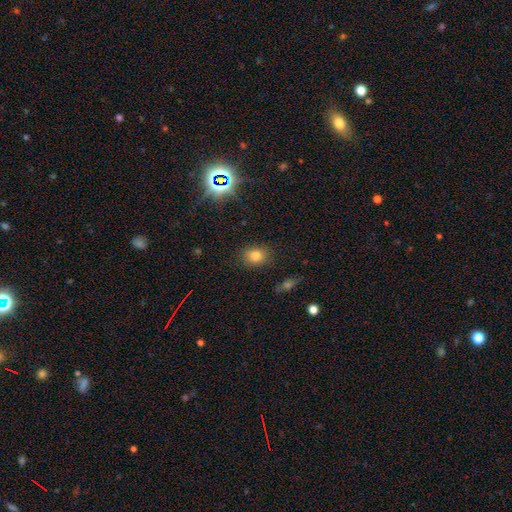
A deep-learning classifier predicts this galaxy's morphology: Overall: smooth (76%). How rounded: round (56%; in between 43%). Merging: none (84%).